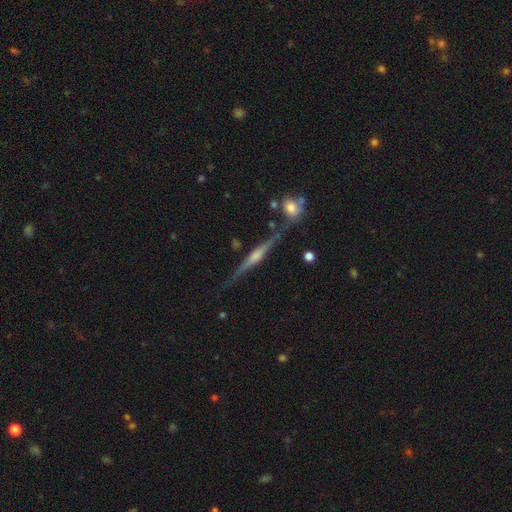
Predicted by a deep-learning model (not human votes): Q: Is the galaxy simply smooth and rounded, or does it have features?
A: featured or disk — 84%.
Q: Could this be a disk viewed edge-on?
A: yes — 97%.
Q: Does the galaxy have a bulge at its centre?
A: rounded — 79%.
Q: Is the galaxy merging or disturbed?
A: none — 80%.